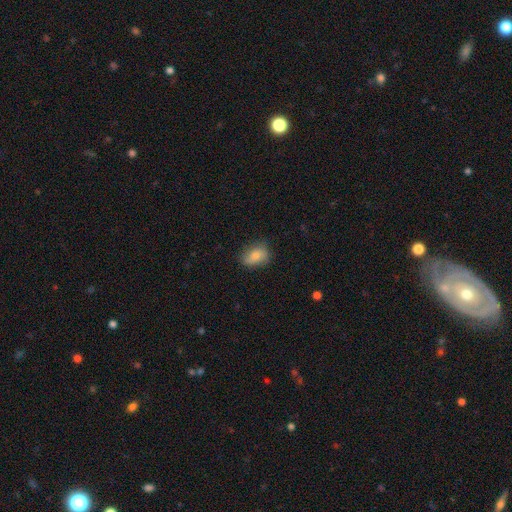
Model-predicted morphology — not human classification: Smooth or featured? Predicted: smooth (p=0.76). How rounded? Predicted: in between (p=0.79). Merging? Predicted: none (p=0.70).